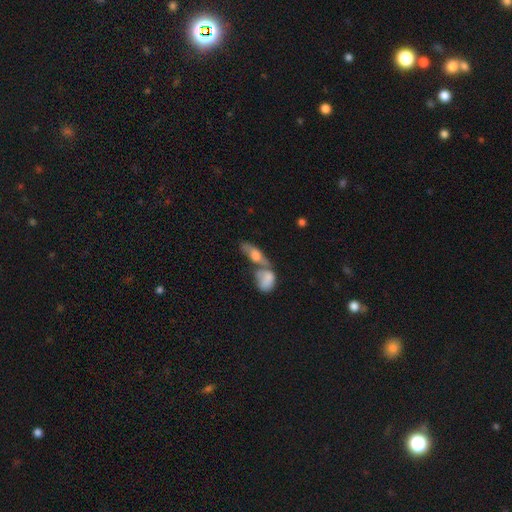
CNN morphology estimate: type=smooth (54%); roundness=in between (66%); merging=merger (51%).